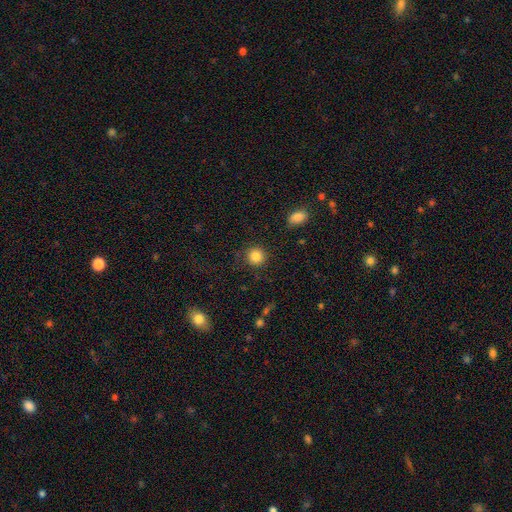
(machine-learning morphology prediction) Smooth or featured? smooth (86%)
How rounded? round (91%)
Merging? none (87%)